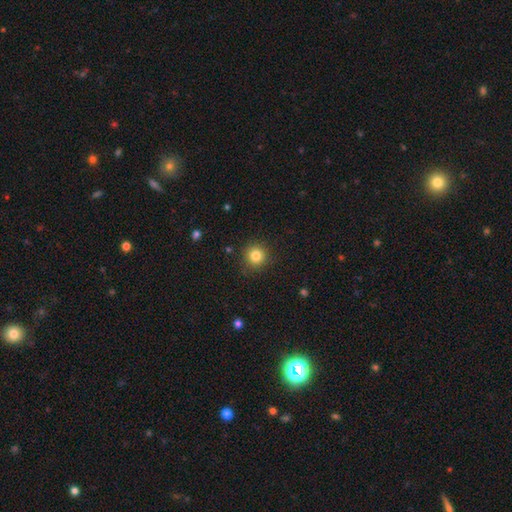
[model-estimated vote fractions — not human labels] smooth 83%, star or artifact 11%, featured or disk 5%. Down the decision tree: how rounded — round (94%); merging — none (89%).